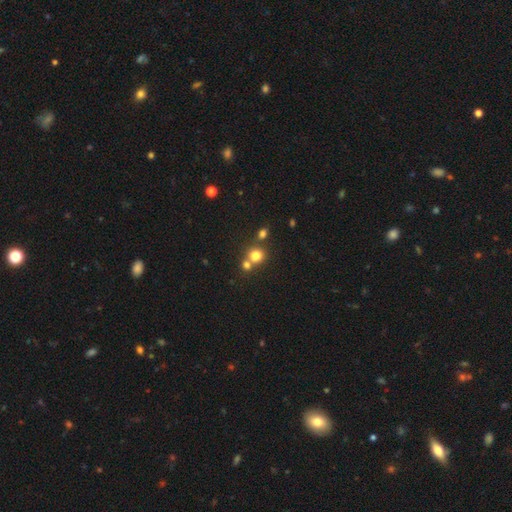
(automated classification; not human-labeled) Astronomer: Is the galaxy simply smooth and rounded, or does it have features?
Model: smooth — 76%.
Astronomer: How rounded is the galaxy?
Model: round — 84%.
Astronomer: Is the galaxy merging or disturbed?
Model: none — 52% (runner-up: merger, 38%).